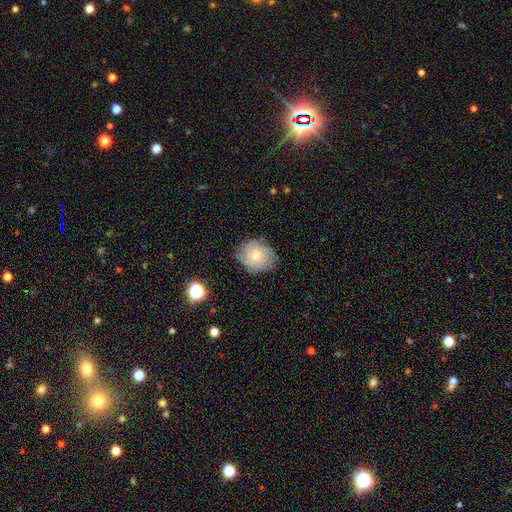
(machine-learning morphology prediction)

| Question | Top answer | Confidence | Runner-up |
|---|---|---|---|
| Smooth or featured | featured or disk | 65% | smooth (26%) |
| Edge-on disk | no | 97% | yes (3%) |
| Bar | no | 78% | weak (19%) |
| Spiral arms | yes | 92% | no (8%) |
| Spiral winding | tight | 64% | medium (28%) |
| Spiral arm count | can't tell | 36% | 3 (23%) |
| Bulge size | small | 49% | moderate (46%) |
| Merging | none | 75% | minor disturbance (18%) |